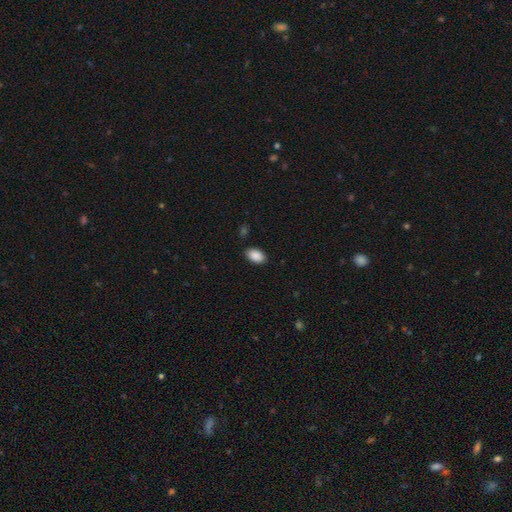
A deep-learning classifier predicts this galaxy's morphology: smooth_or_featured: smooth (p=0.90) [alt: star or artifact p=0.07]
how_rounded: in between (p=0.91) [alt: round p=0.08]
merging: none (p=0.86) [alt: minor disturbance p=0.10]